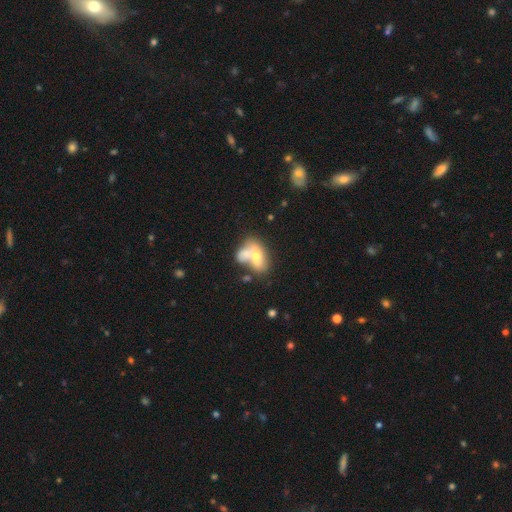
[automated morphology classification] Smooth or featured? Predicted: smooth (p=0.61). How rounded? Predicted: in between (p=0.82). Merging? Predicted: merger (p=0.64).